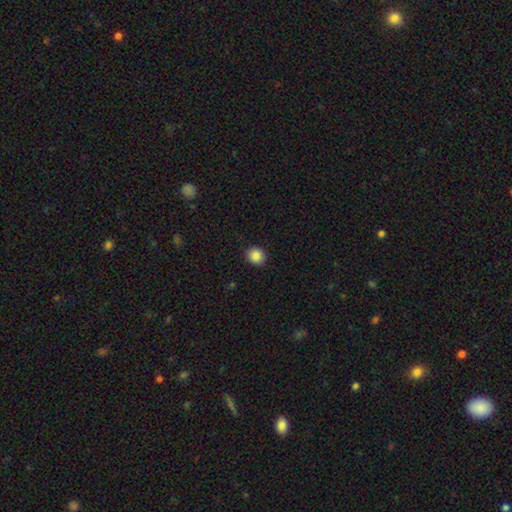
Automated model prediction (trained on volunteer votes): Smooth or featured? smooth (87%)
How rounded? round (81%)
Merging? none (92%)